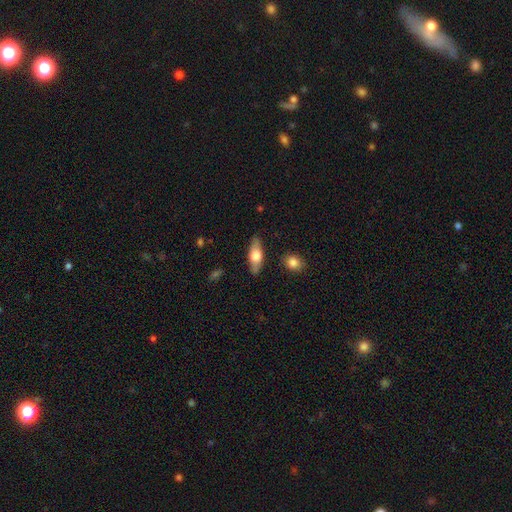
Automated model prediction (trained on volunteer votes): A smooth galaxy with no disk features (54%) that is in between round and cigar-shaped (65%). Merging: none (85%).